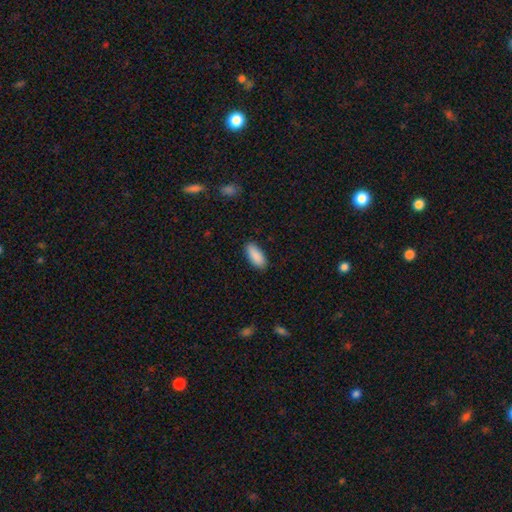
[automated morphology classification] Smooth or featured? smooth (90%)
How rounded? in between (81%)
Merging? none (87%)